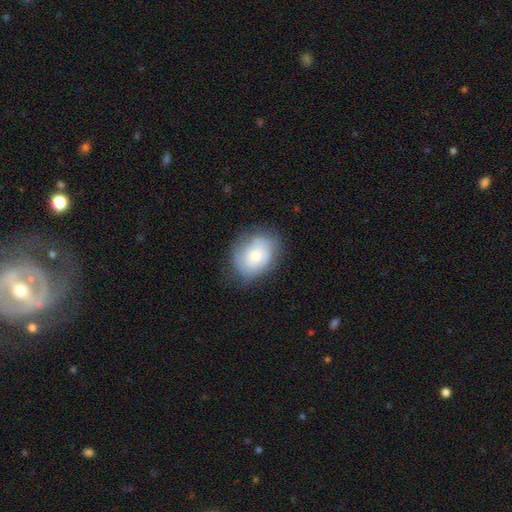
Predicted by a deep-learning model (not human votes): Q: Smooth or featured?
A: smooth (63%); runner-up: featured or disk (29%)
Q: How rounded?
A: in between (55%); runner-up: round (44%)
Q: Merging?
A: none (64%); runner-up: minor disturbance (25%)